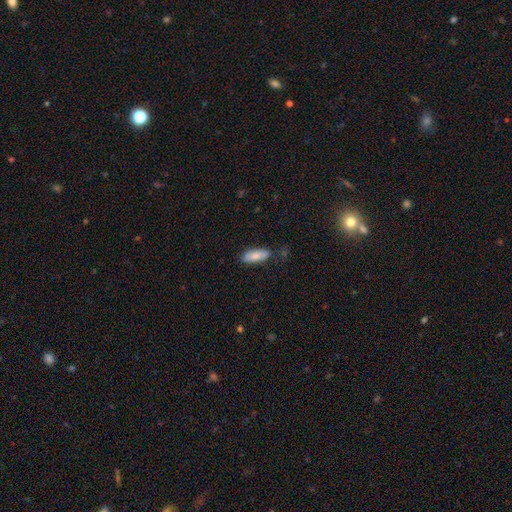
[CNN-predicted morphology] Smooth or featured? Predicted: smooth (p=0.82). How rounded? Predicted: in between (p=0.71). Merging? Predicted: none (p=0.79).